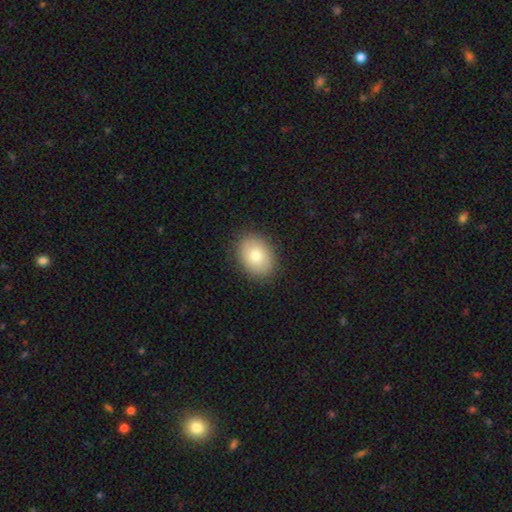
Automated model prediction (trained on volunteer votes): Smooth or featured?
  - smooth: 80% *
  - featured or disk: 12%
  - star or artifact: 8%
How rounded?
  - in between: 66% *
  - round: 33%
  - cigar-shaped: 1%
Merging?
  - none: 89% *
  - minor disturbance: 8%
  - major disturbance: 2%
  - merger: 1%